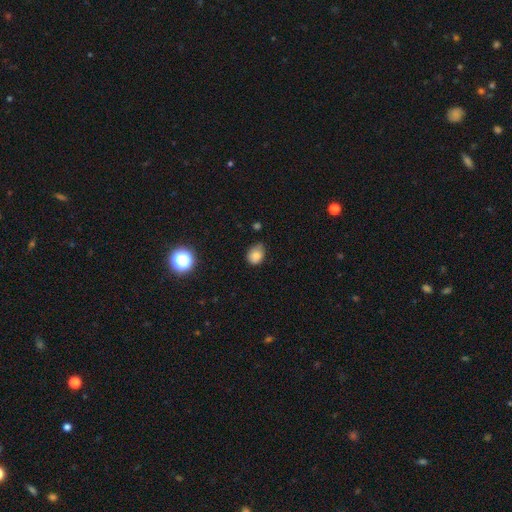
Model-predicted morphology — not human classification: A smooth galaxy with no disk features (81%) that is in between round and cigar-shaped (55%).

Vote fractions:
- Smooth or featured? smooth: 81% / star or artifact: 12% / featured or disk: 7%
- How rounded? in between: 55% / round: 44% / cigar-shaped: 1%
- Merging? none: 50% / minor disturbance: 40% / major disturbance: 7% / merger: 3%